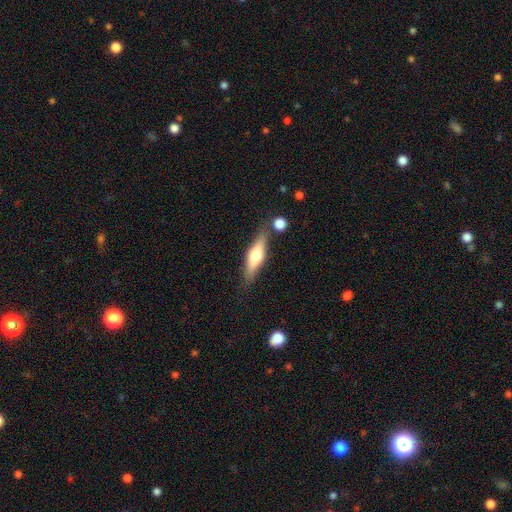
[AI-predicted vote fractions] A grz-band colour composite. It shows a featured or disk galaxy (53%) viewed edge-on (93%). Merging: none (75%).